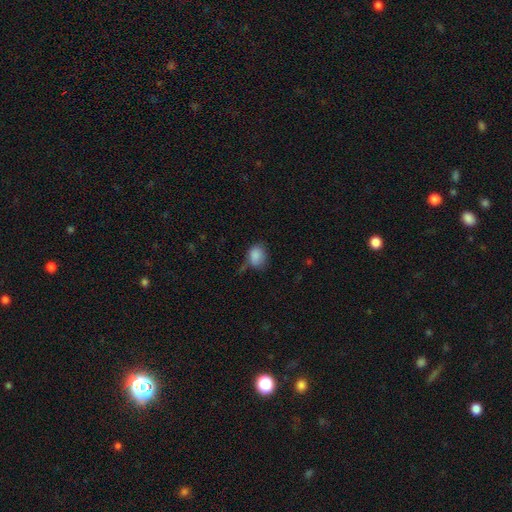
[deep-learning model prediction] The model was most divided on "merging": none: 50%, minor disturbance: 32%, major disturbance: 12%, merger: 6%. More confident: smooth or featured — smooth (85%); how rounded — in between (59%).